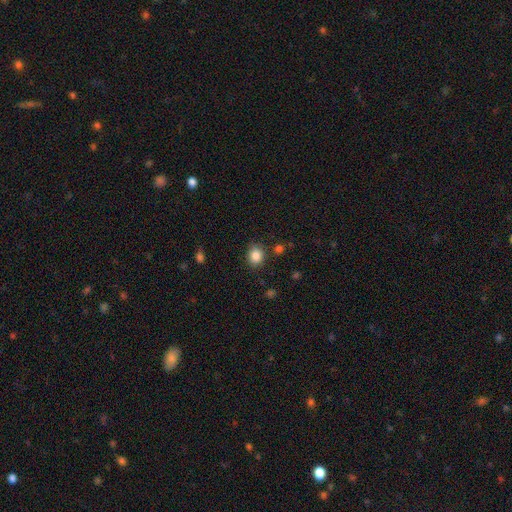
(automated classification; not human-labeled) Smooth or featured?
  - smooth: 85% *
  - star or artifact: 10%
  - featured or disk: 5%
How rounded?
  - round: 67% *
  - in between: 33%
  - cigar-shaped: 1%
Merging?
  - none: 82% *
  - minor disturbance: 11%
  - merger: 4%
  - major disturbance: 3%